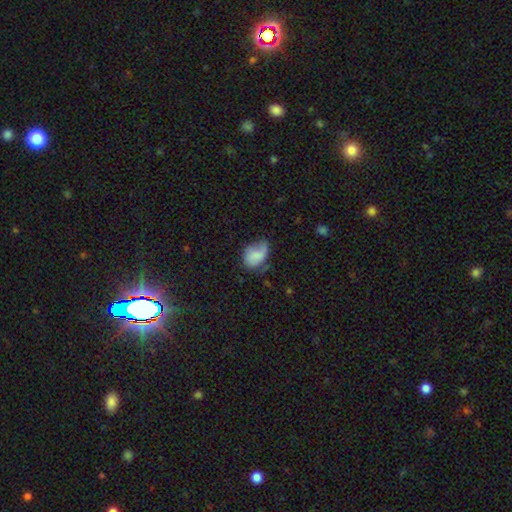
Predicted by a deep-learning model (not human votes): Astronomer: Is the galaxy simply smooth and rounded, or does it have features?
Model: smooth — 71%.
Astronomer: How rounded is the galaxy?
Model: in between — 77%.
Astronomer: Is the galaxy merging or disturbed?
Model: minor disturbance — 39% (runner-up: none, 35%).